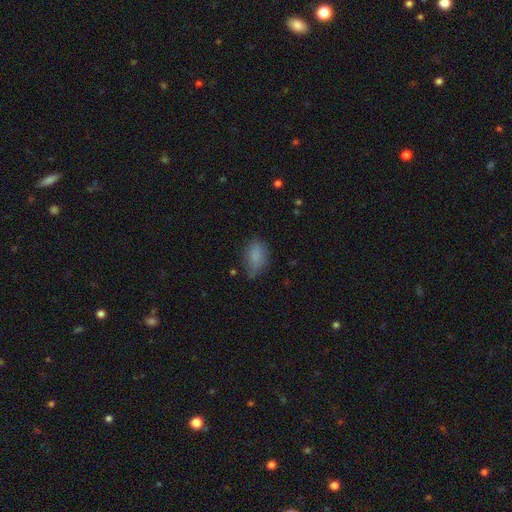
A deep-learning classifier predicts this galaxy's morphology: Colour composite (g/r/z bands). It shows a smooth galaxy with no disk features (82%) that is in between round and cigar-shaped (89%). Merging: none (56%).